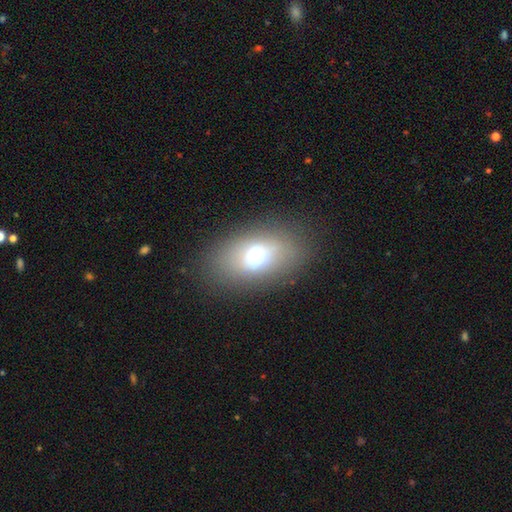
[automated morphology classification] The model was most divided on "smooth or featured": smooth: 67%, featured or disk: 21%, star or artifact: 12%. More confident: how rounded — in between (87%); merging — none (79%).